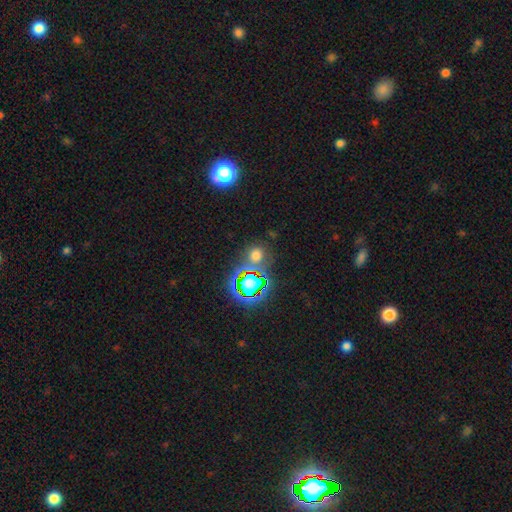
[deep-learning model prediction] Smooth or featured: smooth — 52% (star or artifact — 39%)
How rounded: round — 82% (in between — 17%)
Merging: none — 71% (merger — 12%)